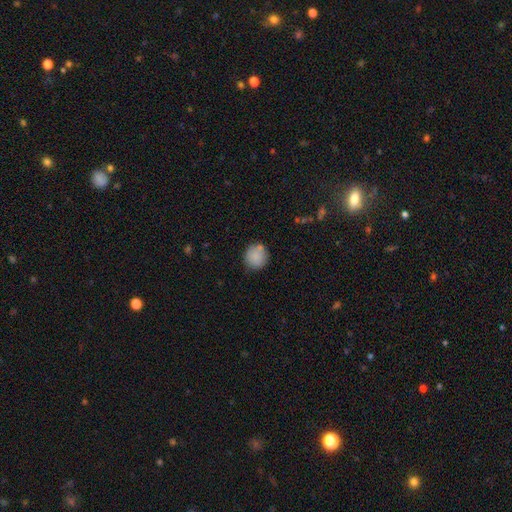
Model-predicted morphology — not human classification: This appears to be a smooth galaxy with no disk features (87%) that is round (89%). Merging: none (77%).